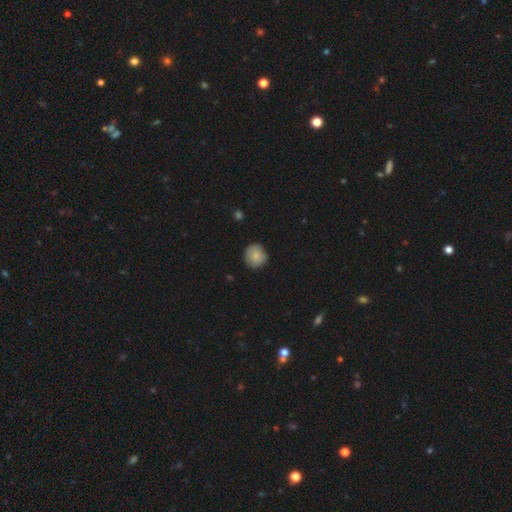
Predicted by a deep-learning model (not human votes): Smooth or featured: smooth — 82% (featured or disk — 11%)
How rounded: round — 92% (in between — 7%)
Merging: none — 85% (minor disturbance — 12%)